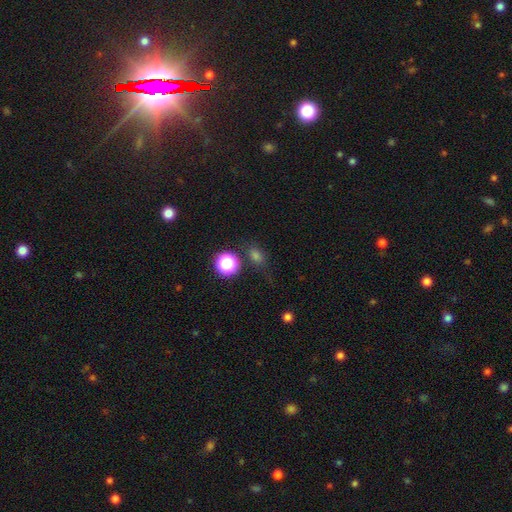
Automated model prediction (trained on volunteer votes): Smooth or featured?
  - smooth: 65% *
  - star or artifact: 28%
  - featured or disk: 7%
How rounded?
  - round: 51% *
  - in between: 46%
  - cigar-shaped: 3%
Merging?
  - none: 71% *
  - minor disturbance: 16%
  - major disturbance: 7%
  - merger: 6%